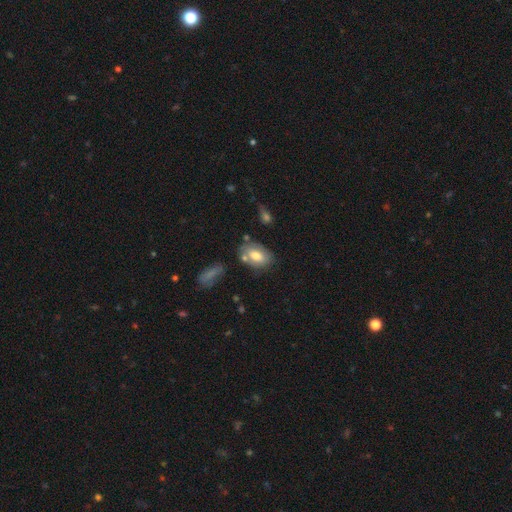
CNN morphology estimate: Smooth or featured? smooth (71%)
How rounded? in between (88%)
Merging? none (60%)